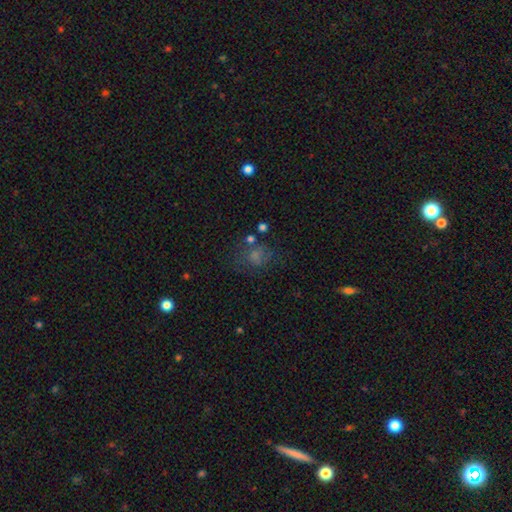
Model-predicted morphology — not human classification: The model was most divided on "how rounded": round: 59%, in between: 40%, cigar-shaped: 1%. More confident: smooth or featured — smooth (56%); merging — none (54%).